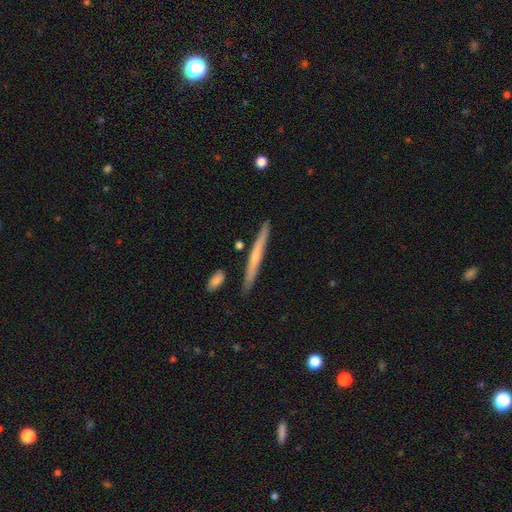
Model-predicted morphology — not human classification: A featured or disk galaxy (50%) viewed edge-on (96%).

Vote fractions:
- Smooth or featured? featured or disk: 50% / smooth: 44% / star or artifact: 6%
- Edge-on disk? yes: 96% / no: 4%
- Merging? none: 87% / minor disturbance: 8% / merger: 3% / major disturbance: 2%